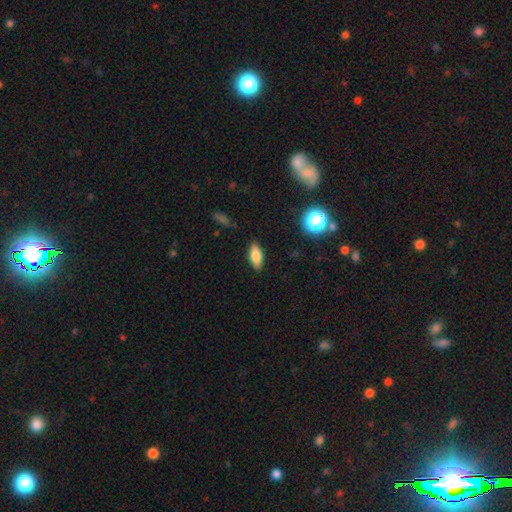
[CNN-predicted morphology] Smooth or featured? Predicted: smooth (p=0.72). How rounded? Predicted: in between (p=0.76). Merging? Predicted: none (p=0.87).